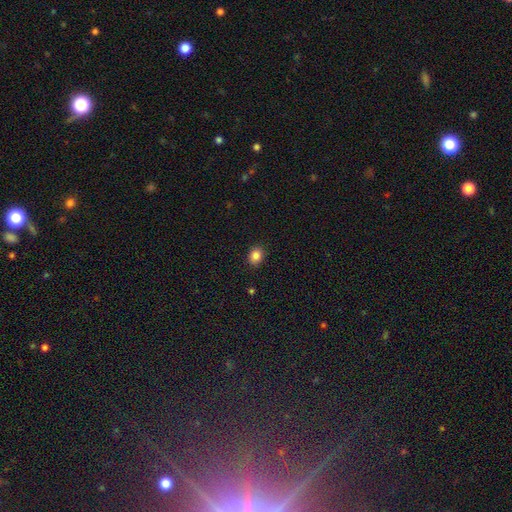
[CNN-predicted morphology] Smooth or featured? Predicted: smooth (p=0.86). How rounded? Predicted: in between (p=0.50). Merging? Predicted: none (p=0.89).